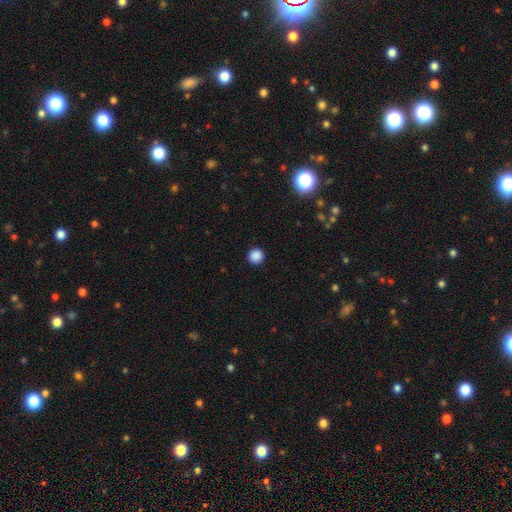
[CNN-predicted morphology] smooth_or_featured: smooth (p=0.87) [alt: star or artifact p=0.10]
how_rounded: round (p=0.94) [alt: in between p=0.05]
merging: none (p=0.93) [alt: minor disturbance p=0.05]